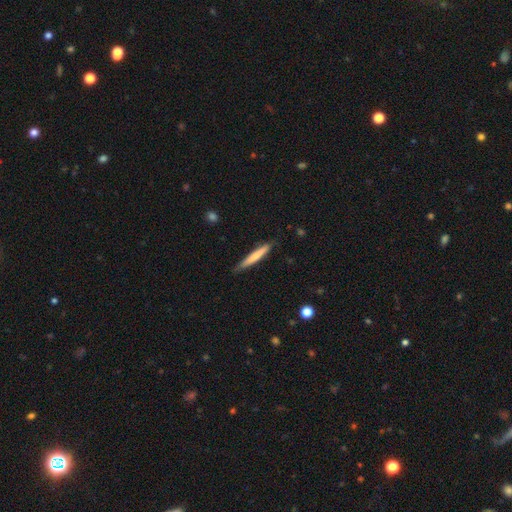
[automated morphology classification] Smooth or featured? smooth (69%)
How rounded? cigar-shaped (95%)
Merging? none (81%)